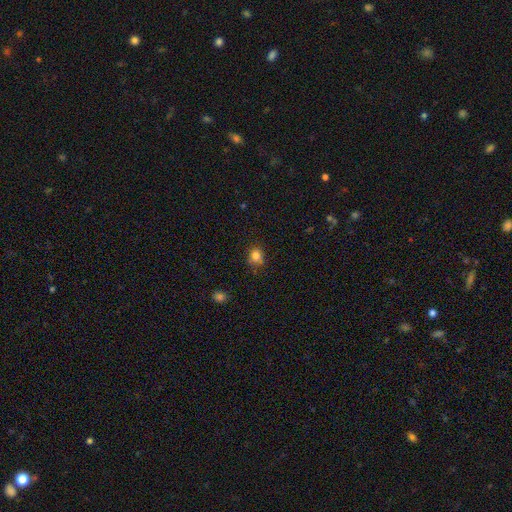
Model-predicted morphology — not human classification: smooth 81%, star or artifact 13%, featured or disk 6%. Down the decision tree: how rounded — round (72%); merging — none (70%).